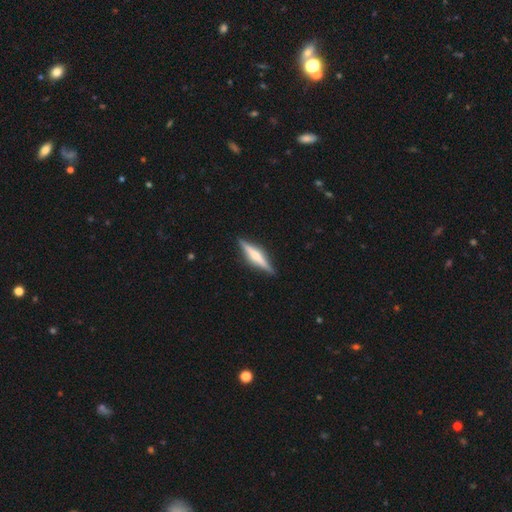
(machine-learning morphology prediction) type=featured or disk (68%); edge-on=yes (97%); edge-on bulge=rounded (72%); merging=none (90%).